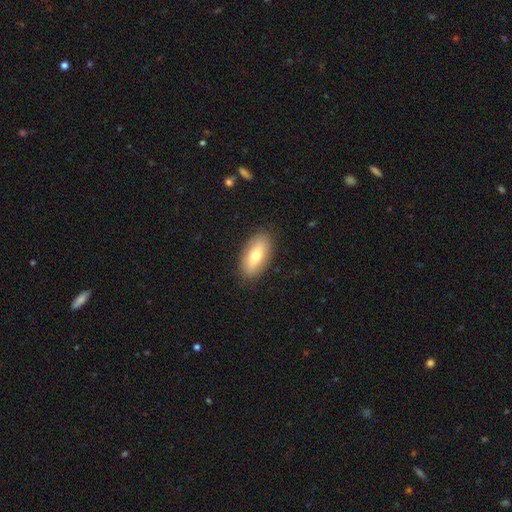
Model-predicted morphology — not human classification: This appears to be a smooth galaxy with no disk features (69%) that is in between round and cigar-shaped (89%). Merging: none (87%).